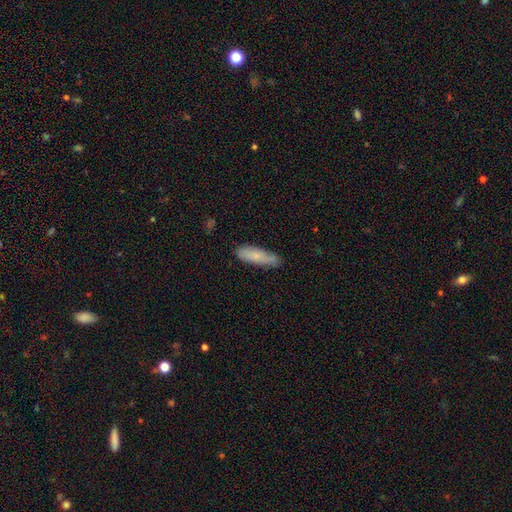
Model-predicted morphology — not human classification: This appears to be a smooth galaxy with no disk features (77%) that is cigar-shaped (59%). Merging: none (72%).